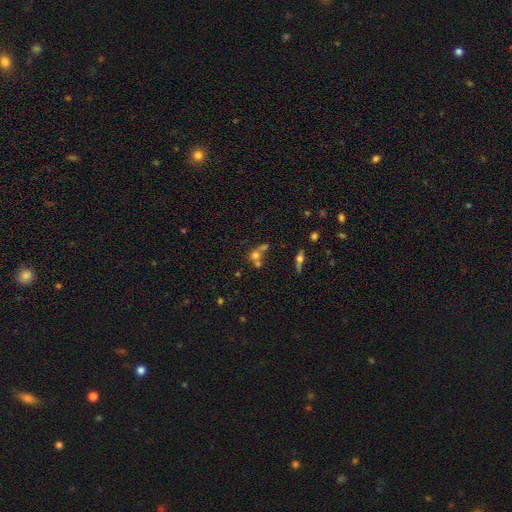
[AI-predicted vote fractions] Q: Smooth or featured?
A: smooth (54%); runner-up: featured or disk (27%)
Q: How rounded?
A: round (71%); runner-up: in between (26%)
Q: Merging?
A: merger (52%); runner-up: none (34%)